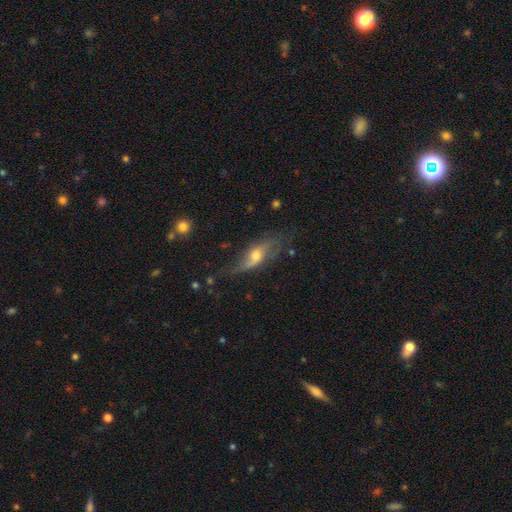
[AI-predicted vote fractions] featured or disk 65%, smooth 25%, star or artifact 10%. Down the decision tree: edge-on disk — no (57%); merging — none (55%).